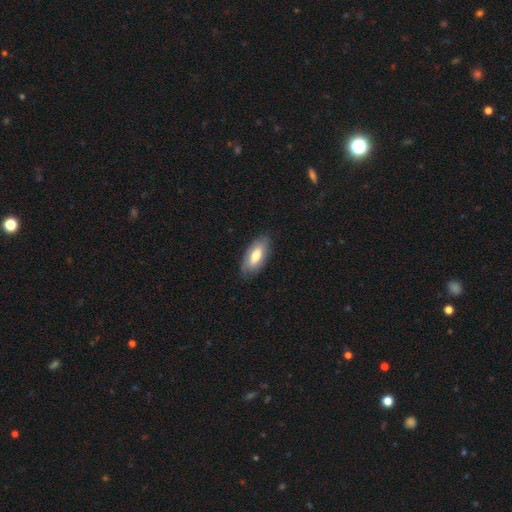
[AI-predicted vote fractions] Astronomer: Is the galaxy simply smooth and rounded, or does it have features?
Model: smooth — 66%.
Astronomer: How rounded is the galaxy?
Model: in between — 85%.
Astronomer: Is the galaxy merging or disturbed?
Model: none — 81%.